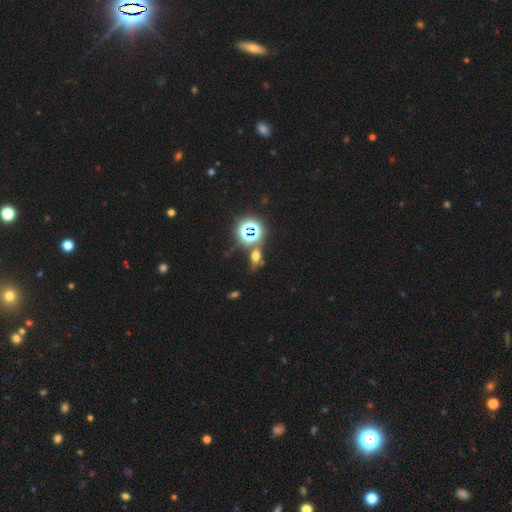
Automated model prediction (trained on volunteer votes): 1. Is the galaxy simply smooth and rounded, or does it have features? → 44% star or artifact, 41% smooth, 15% featured or disk.